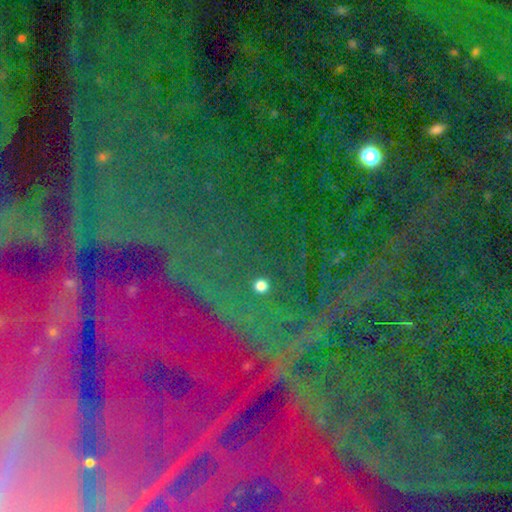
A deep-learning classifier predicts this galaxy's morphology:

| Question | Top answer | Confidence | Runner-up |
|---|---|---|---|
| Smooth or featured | star or artifact | 83% | featured or disk (9%) |